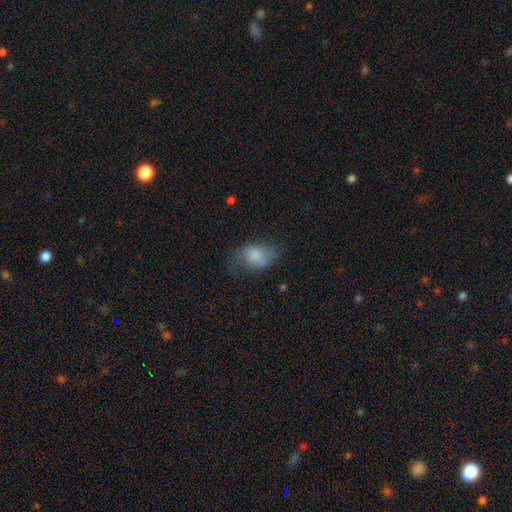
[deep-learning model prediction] Smooth or featured: smooth — 71% (featured or disk — 21%)
How rounded: in between — 82% (round — 16%)
Merging: none — 48% (minor disturbance — 32%)